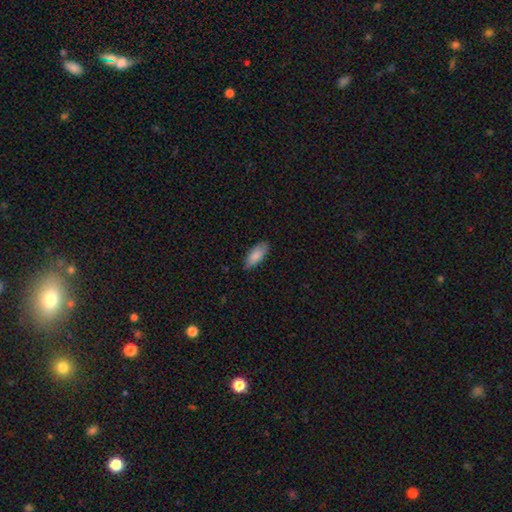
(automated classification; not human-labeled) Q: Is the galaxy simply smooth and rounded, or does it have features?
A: smooth — 86%.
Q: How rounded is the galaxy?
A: in between — 79%.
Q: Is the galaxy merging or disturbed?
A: none — 82%.